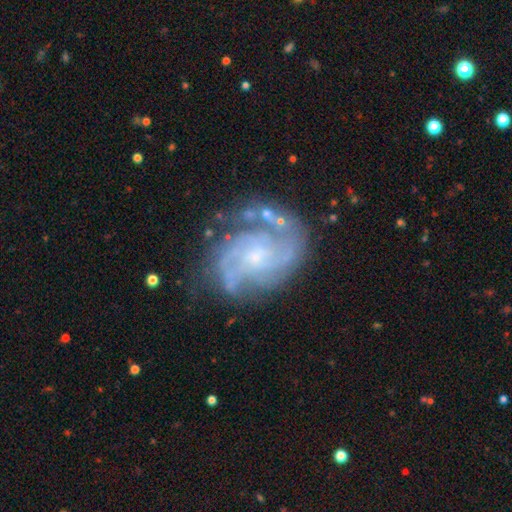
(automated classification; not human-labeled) Overall: featured or disk (89%). Edge-on disk: no (98%). Bar: no (61%; weak 33%). Spiral arms: yes (97%). Spiral arm count: 2 (40%; 3 23%). Spiral winding: tight (46%; medium 44%). Bulge size: small (68%). Merging: none (68%).